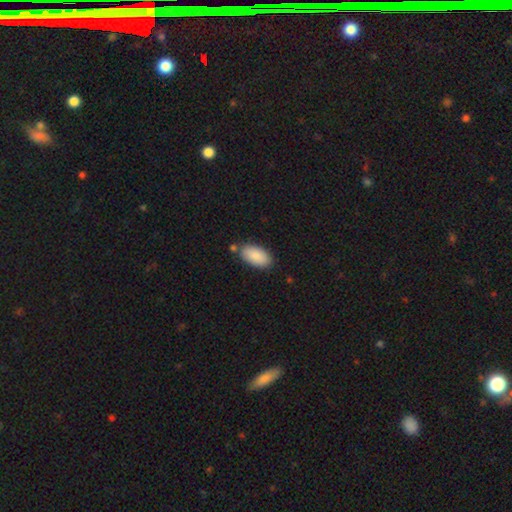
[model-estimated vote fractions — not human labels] A smooth galaxy with no disk features (89%) that is in between round and cigar-shaped (95%).

Vote fractions:
- Smooth or featured? smooth: 89% / star or artifact: 6% / featured or disk: 5%
- How rounded? in between: 95% / cigar-shaped: 3% / round: 2%
- Merging? none: 75% / minor disturbance: 14% / merger: 7% / major disturbance: 3%